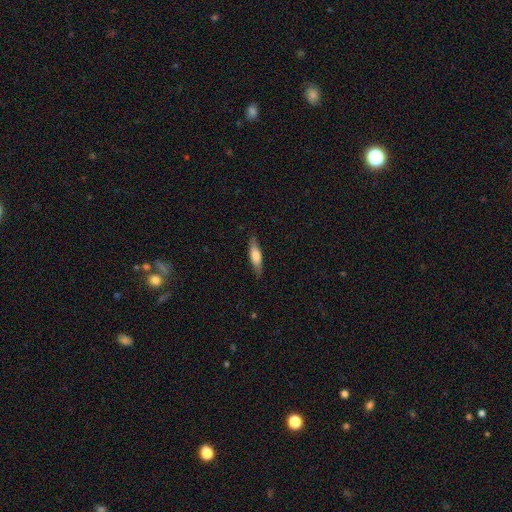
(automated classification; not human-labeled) A smooth galaxy with no disk features (64%) that is cigar-shaped (67%).

Vote fractions:
- Smooth or featured? smooth: 64% / featured or disk: 30% / star or artifact: 6%
- How rounded? cigar-shaped: 67% / in between: 31% / round: 2%
- Merging? none: 85% / minor disturbance: 12% / major disturbance: 2% / merger: 1%